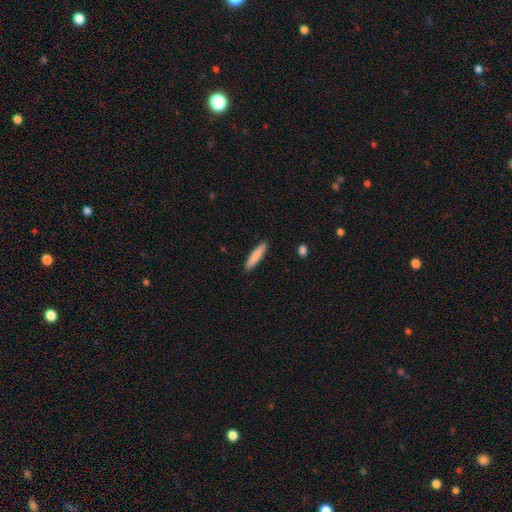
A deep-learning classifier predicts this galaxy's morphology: smooth 84%, featured or disk 10%, star or artifact 6%. Down the decision tree: how rounded — cigar-shaped (86%); merging — none (89%).